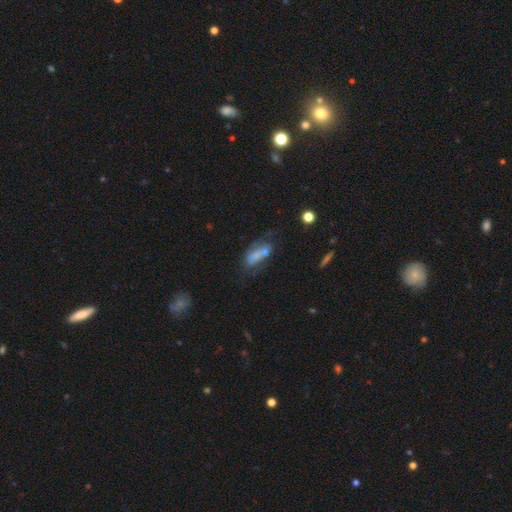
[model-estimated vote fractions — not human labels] Smooth or featured? smooth (50%)
Merging? none (33%)